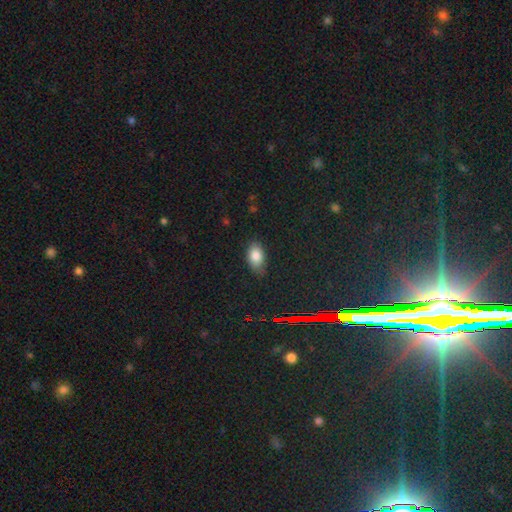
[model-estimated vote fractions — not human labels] This is clearly a smooth galaxy (82%). How rounded: clearly in between (91%). Merging: likely none (78%).